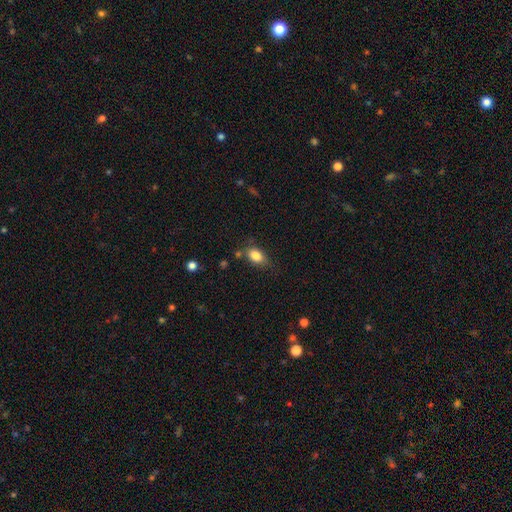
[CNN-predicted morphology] A smooth galaxy with no disk features (84%) that is in between round and cigar-shaped (86%).

Vote fractions:
- Smooth or featured? smooth: 84% / star or artifact: 9% / featured or disk: 7%
- How rounded? in between: 86% / round: 11% / cigar-shaped: 3%
- Merging? none: 72% / minor disturbance: 19% / major disturbance: 5% / merger: 5%